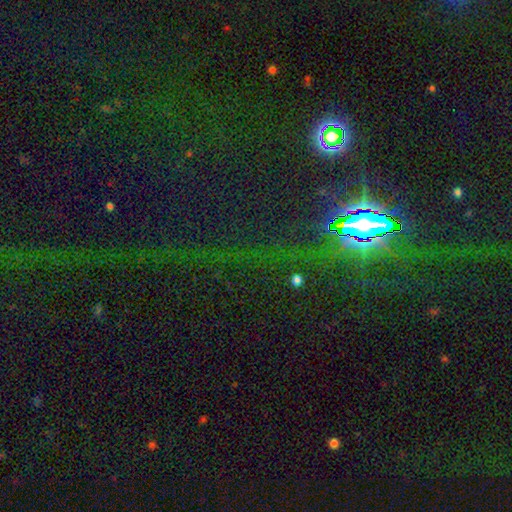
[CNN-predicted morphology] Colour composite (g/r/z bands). It shows a star or artifact, not a galaxy (82%).